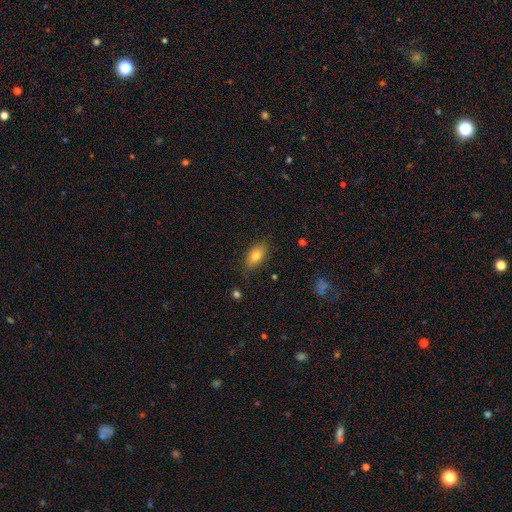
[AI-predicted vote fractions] smooth 78%, featured or disk 14%, star or artifact 8%. Down the decision tree: how rounded — in between (87%); merging — none (84%).